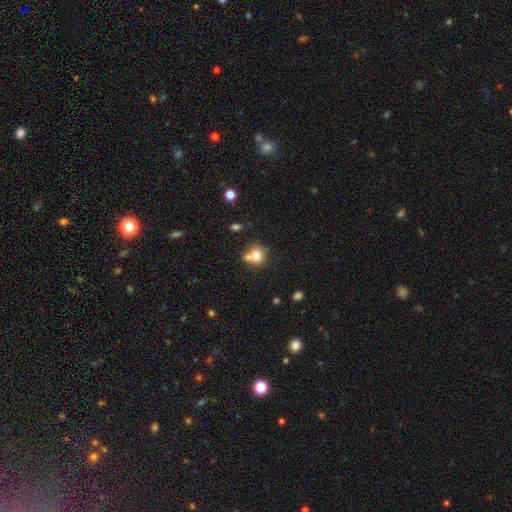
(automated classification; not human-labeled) This is likely a smooth galaxy (74%). How rounded: likely round (72%). Merging: marginally none (45%).